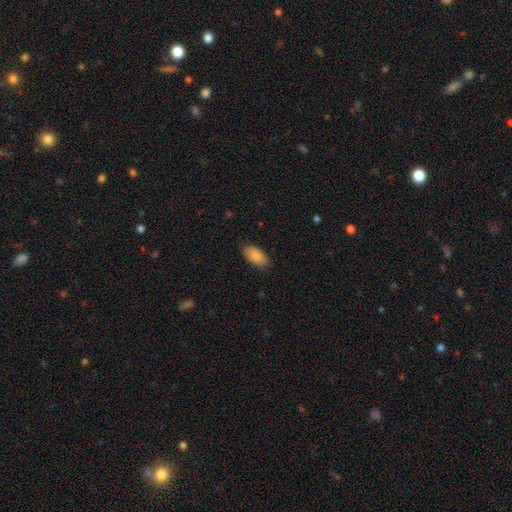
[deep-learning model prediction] Morphology: type=smooth (87%); roundness=in between (93%); merging=none (86%).